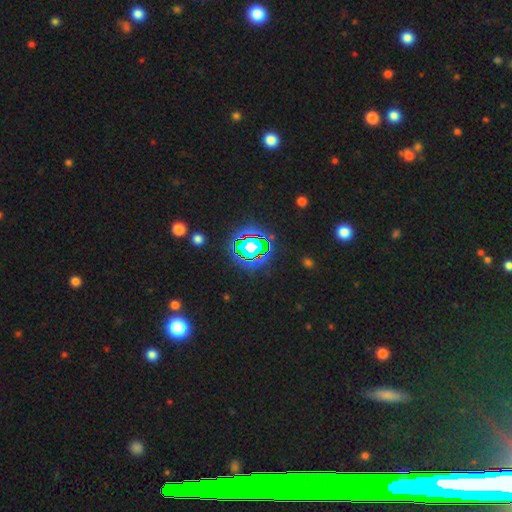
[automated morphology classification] A star or artifact, not a galaxy (80%).

Vote fractions:
- Smooth or featured? star or artifact: 80% / smooth: 12% / featured or disk: 8%